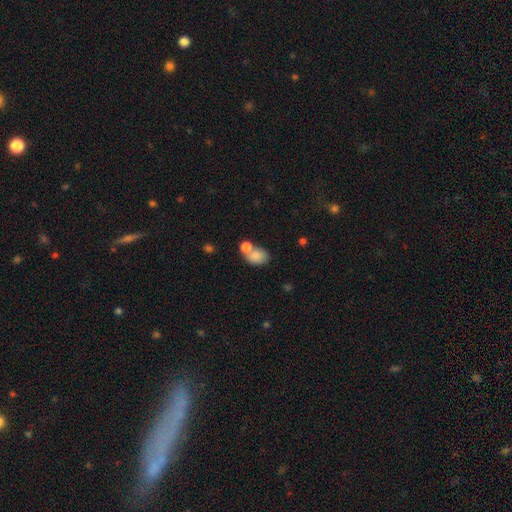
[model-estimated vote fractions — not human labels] This appears to be a smooth galaxy with no disk features (80%) that is in between round and cigar-shaped (70%). Merging: merger (47%).